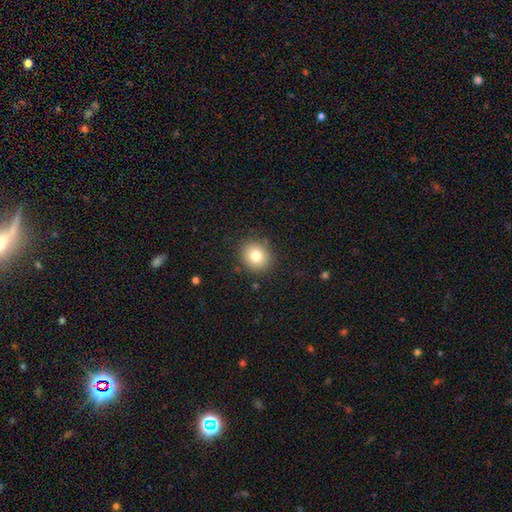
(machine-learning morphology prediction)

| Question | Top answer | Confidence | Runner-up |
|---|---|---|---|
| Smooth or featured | smooth | 79% | star or artifact (11%) |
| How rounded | round | 78% | in between (21%) |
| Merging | none | 88% | minor disturbance (8%) |